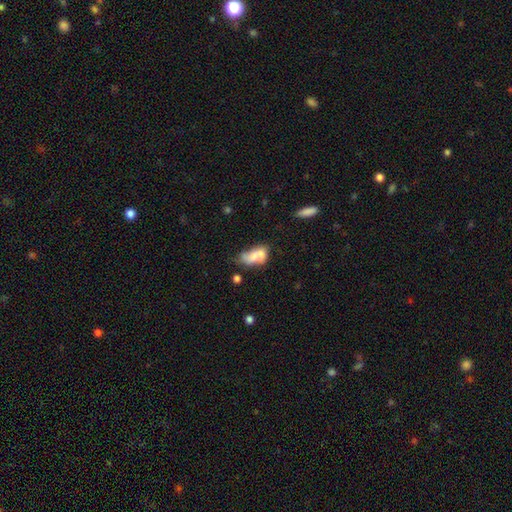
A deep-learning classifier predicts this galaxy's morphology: Smooth or featured: smooth — 58% (featured or disk — 33%)
How rounded: in between — 85% (round — 9%)
Merging: merger — 47% (none — 24%)